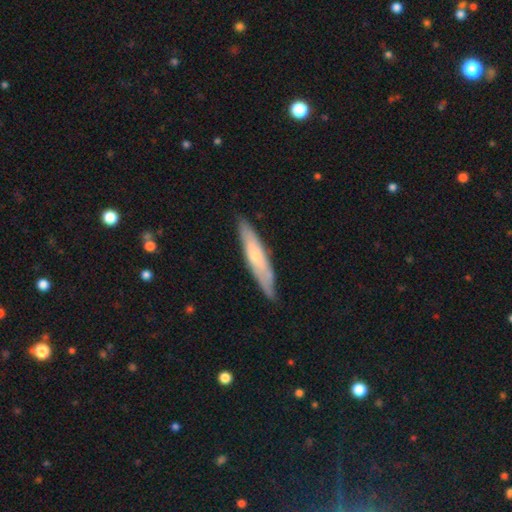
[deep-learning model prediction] Q: Smooth or featured?
A: smooth (48%); runner-up: featured or disk (46%)
Q: Merging?
A: none (81%); runner-up: minor disturbance (15%)